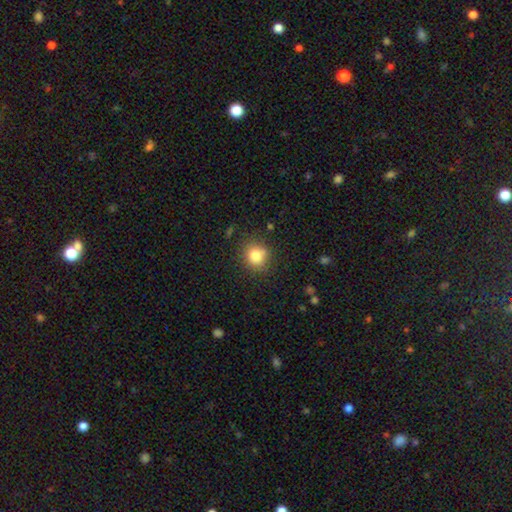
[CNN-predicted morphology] Q: Smooth or featured?
A: smooth (81%); runner-up: star or artifact (12%)
Q: How rounded?
A: round (81%); runner-up: in between (18%)
Q: Merging?
A: none (81%); runner-up: minor disturbance (13%)